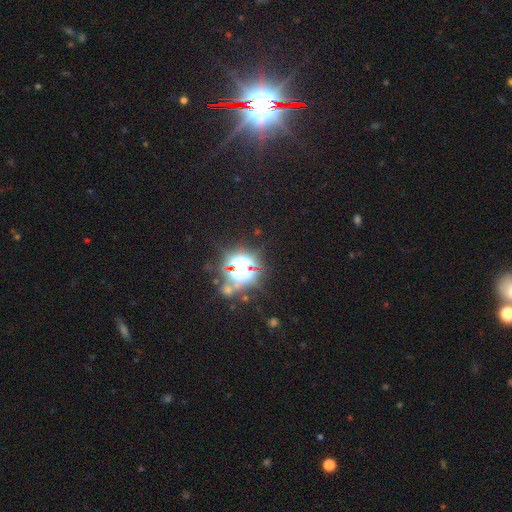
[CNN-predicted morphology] Smooth or featured?
  - star or artifact: 83% *
  - smooth: 9%
  - featured or disk: 7%